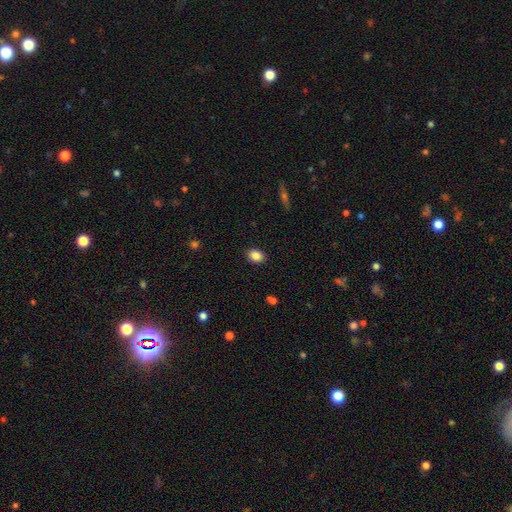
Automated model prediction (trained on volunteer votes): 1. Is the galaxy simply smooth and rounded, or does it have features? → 86% smooth, 9% star or artifact, 5% featured or disk.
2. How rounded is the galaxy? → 62% in between, 37% round, 1% cigar-shaped.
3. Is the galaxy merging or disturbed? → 88% none, 8% minor disturbance, 2% major disturbance, 1% merger.